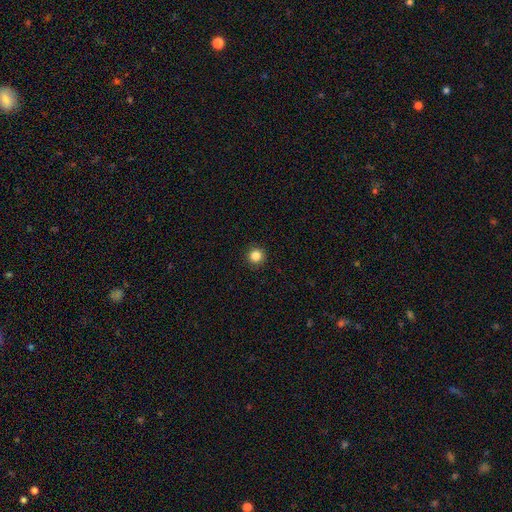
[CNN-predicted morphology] type=smooth (85%); roundness=round (96%); merging=none (93%).